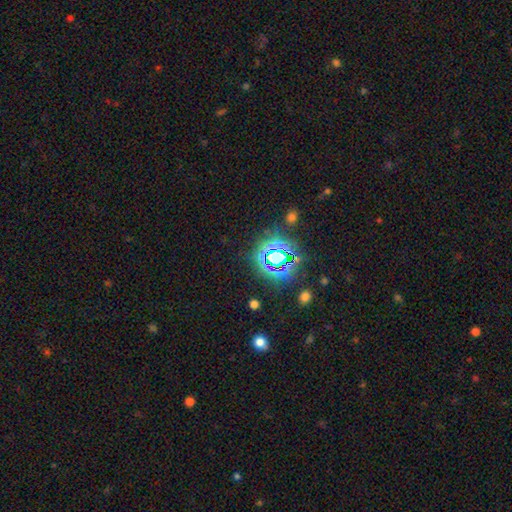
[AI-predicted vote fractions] Smooth or featured? Predicted: star or artifact (p=0.76).